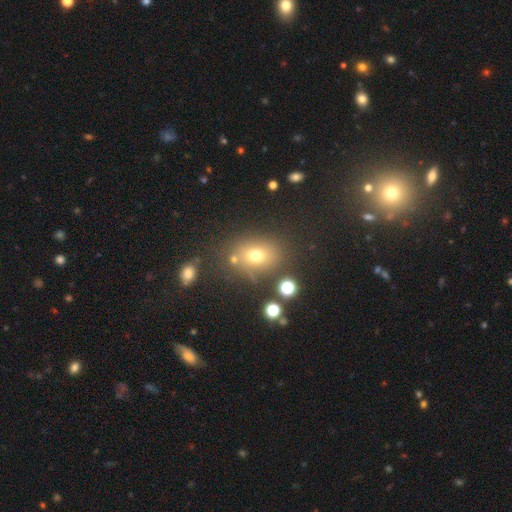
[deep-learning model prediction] smooth_or_featured: smooth (p=0.68) [alt: star or artifact p=0.19]
how_rounded: in between (p=0.53) [alt: round p=0.46]
merging: none (p=0.71) [alt: minor disturbance p=0.13]